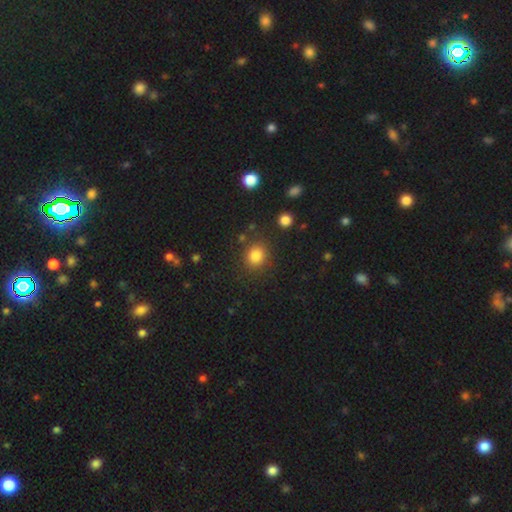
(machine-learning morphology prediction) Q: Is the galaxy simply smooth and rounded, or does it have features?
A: smooth — 83%.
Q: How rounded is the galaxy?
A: round — 78%.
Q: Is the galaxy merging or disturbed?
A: none — 84%.